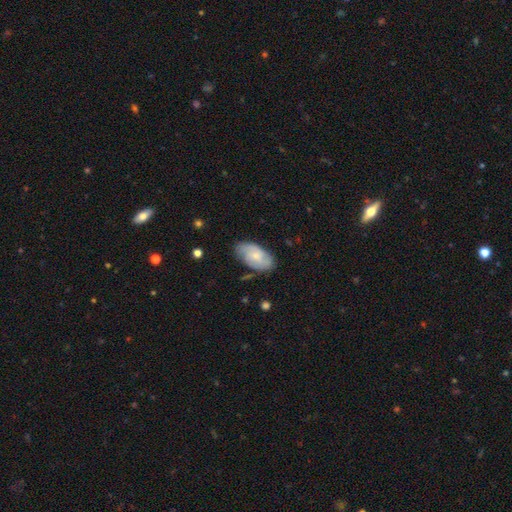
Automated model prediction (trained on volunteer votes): The model was most divided on "smooth or featured": featured or disk: 50%, smooth: 43%, star or artifact: 6%. More confident: edge-on disk — no (94%); merging — none (73%).